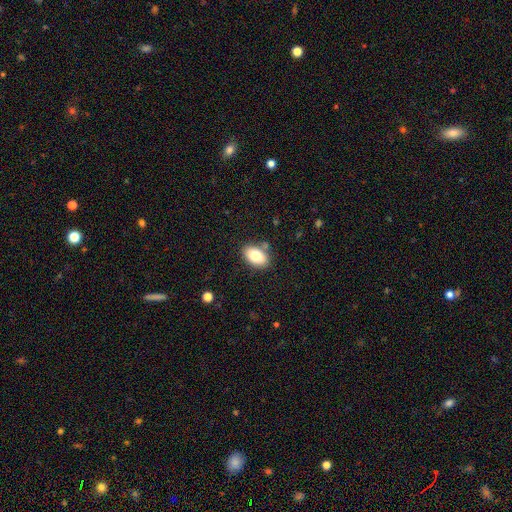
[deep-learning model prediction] A smooth galaxy with no disk features (81%) that is in between round and cigar-shaped (90%). Merging: none (80%).